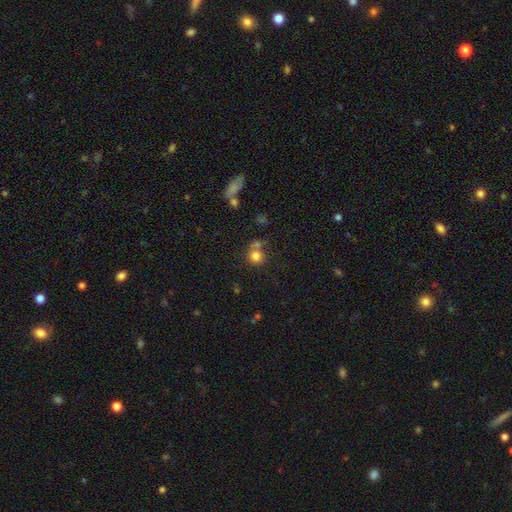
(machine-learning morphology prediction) This appears to be a smooth galaxy with no disk features (79%) that is round (88%). Merging: none (57%).